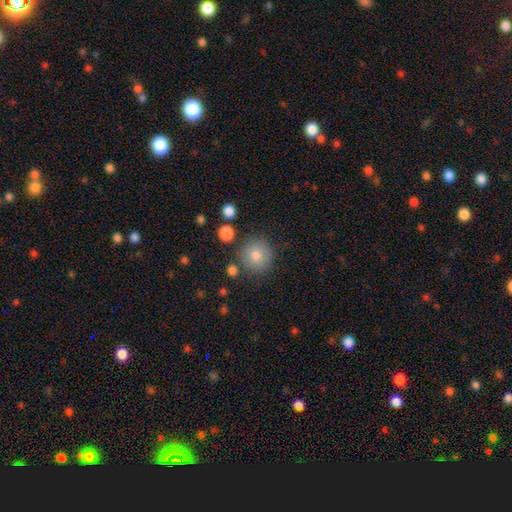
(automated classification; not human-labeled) A smooth galaxy with no disk features (80%) that is round (94%).

Vote fractions:
- Smooth or featured? smooth: 80% / star or artifact: 10% / featured or disk: 10%
- How rounded? round: 94% / in between: 5% / cigar-shaped: 1%
- Merging? none: 84% / minor disturbance: 9% / merger: 4% / major disturbance: 3%